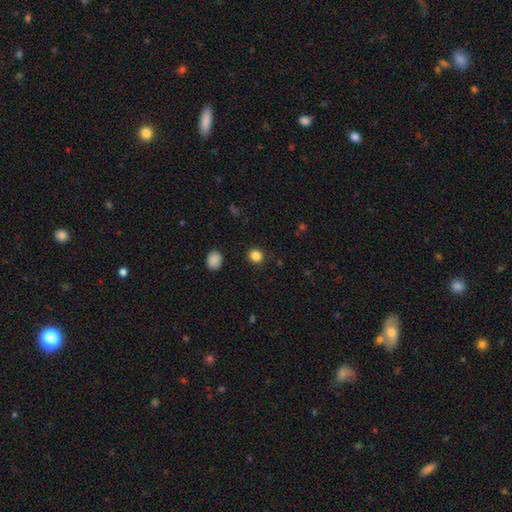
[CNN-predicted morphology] Smooth or featured? smooth (85%)
How rounded? round (88%)
Merging? none (90%)